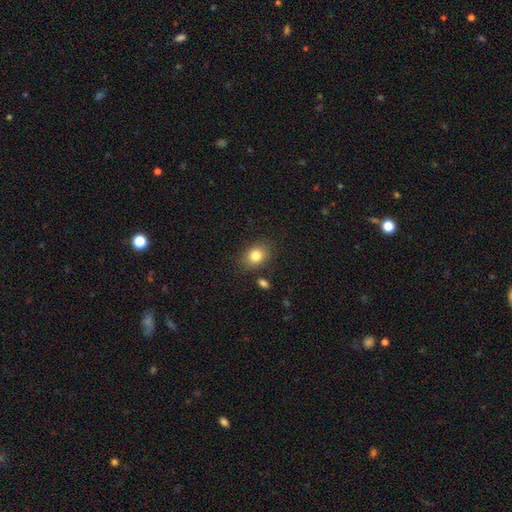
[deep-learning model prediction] Morphology: type=smooth (83%); roundness=in between (58%); merging=none (81%).